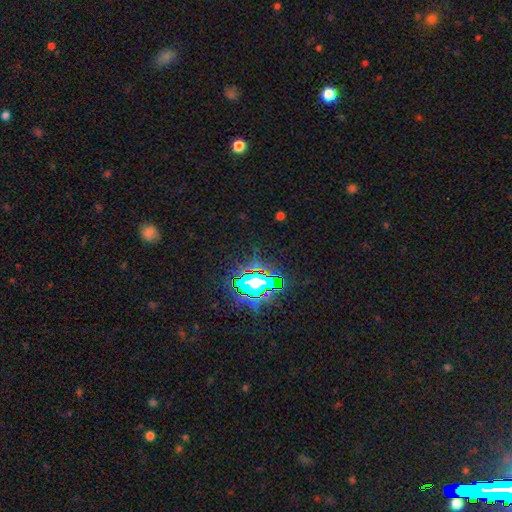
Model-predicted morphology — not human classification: Smooth or featured? star or artifact (81%)